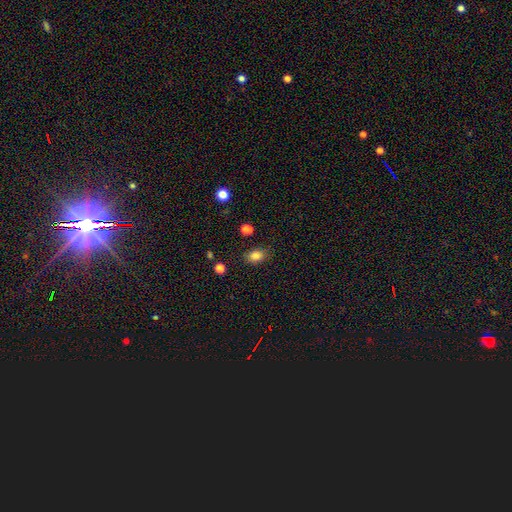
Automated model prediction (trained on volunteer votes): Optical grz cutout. It shows a smooth galaxy with no disk features (83%) that is in between round and cigar-shaped (68%). Merging: none (82%).